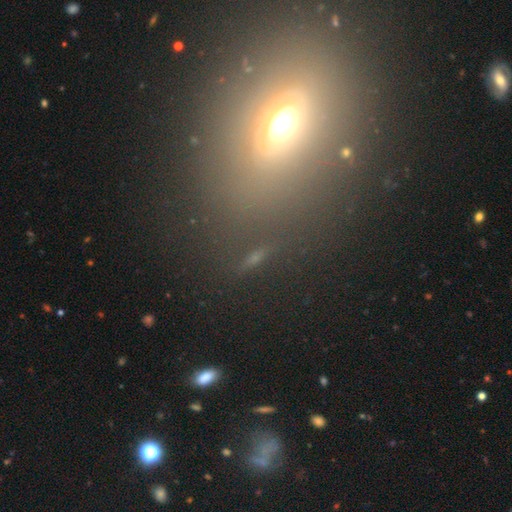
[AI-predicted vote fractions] A star or artifact, not a galaxy (42%).

Vote fractions:
- Smooth or featured? star or artifact: 42% / smooth: 37% / featured or disk: 21%